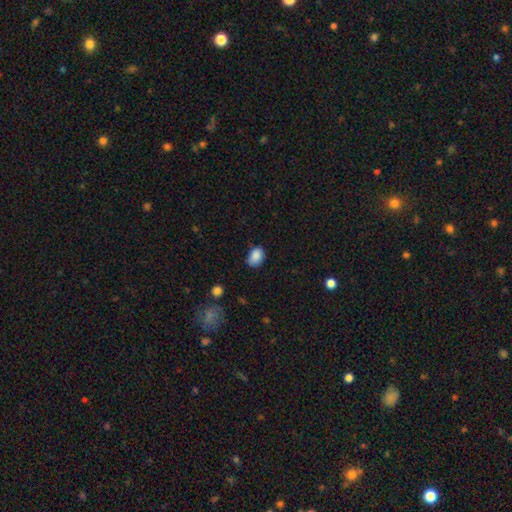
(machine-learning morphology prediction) A smooth galaxy with no disk features (87%) that is in between round and cigar-shaped (79%). Merging: none (65%).